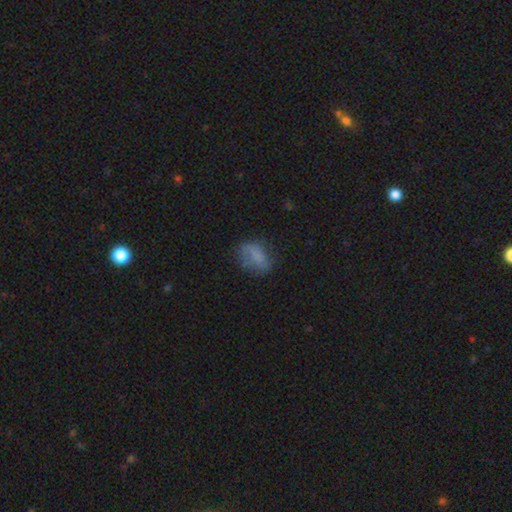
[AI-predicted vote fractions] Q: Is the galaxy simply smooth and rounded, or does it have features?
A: smooth — 62%.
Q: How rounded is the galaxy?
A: in between — 81%.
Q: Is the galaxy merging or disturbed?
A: none — 54%.